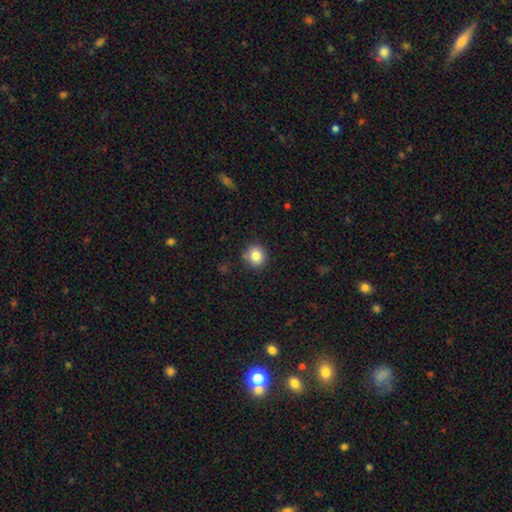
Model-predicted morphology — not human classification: Q: Smooth or featured?
A: smooth (84%); runner-up: star or artifact (10%)
Q: How rounded?
A: round (89%); runner-up: in between (10%)
Q: Merging?
A: none (85%); runner-up: minor disturbance (10%)